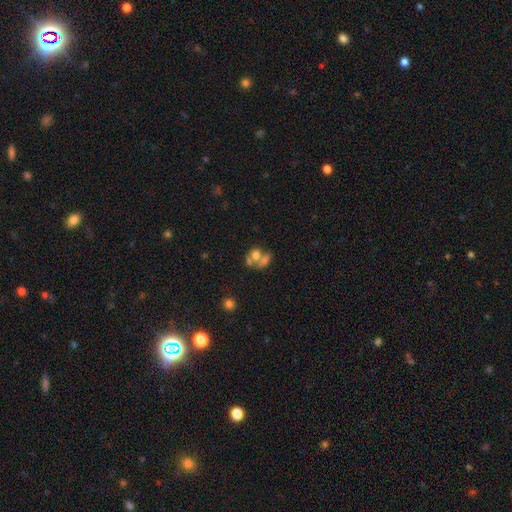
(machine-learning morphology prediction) Smooth or featured?
  - smooth: 59% *
  - featured or disk: 28%
  - star or artifact: 13%
How rounded?
  - in between: 57% *
  - round: 41%
  - cigar-shaped: 2%
Merging?
  - merger: 61% *
  - none: 22%
  - major disturbance: 8%
  - minor disturbance: 8%